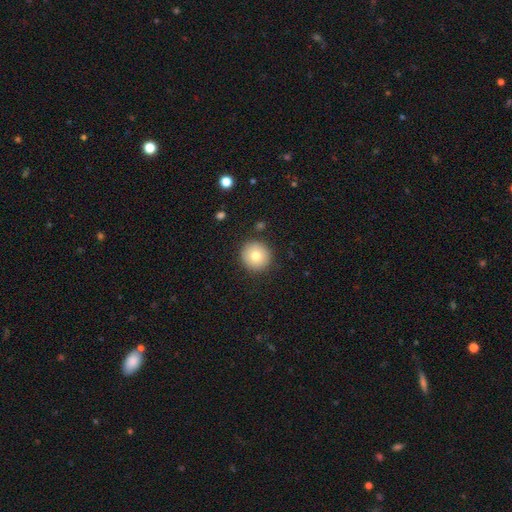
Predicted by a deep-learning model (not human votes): Smooth or featured: smooth — 77% (featured or disk — 14%)
How rounded: round — 94% (in between — 5%)
Merging: none — 89% (minor disturbance — 7%)